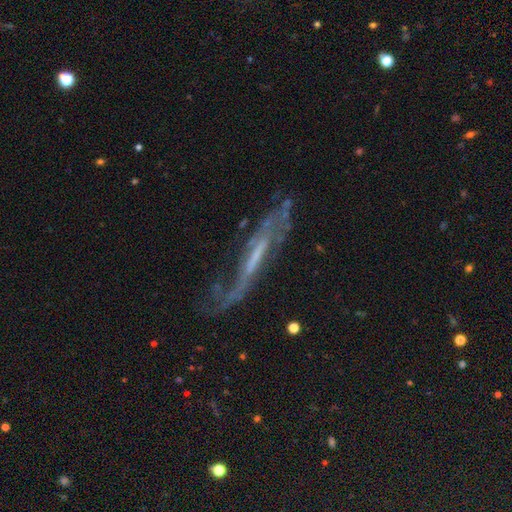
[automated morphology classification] A featured or disk galaxy (76%). Merging: none (47%).